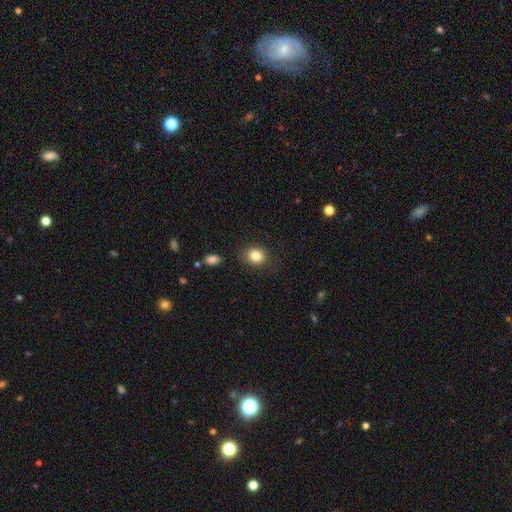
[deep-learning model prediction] Smooth or featured? smooth (83%)
How rounded? round (57%)
Merging? none (81%)